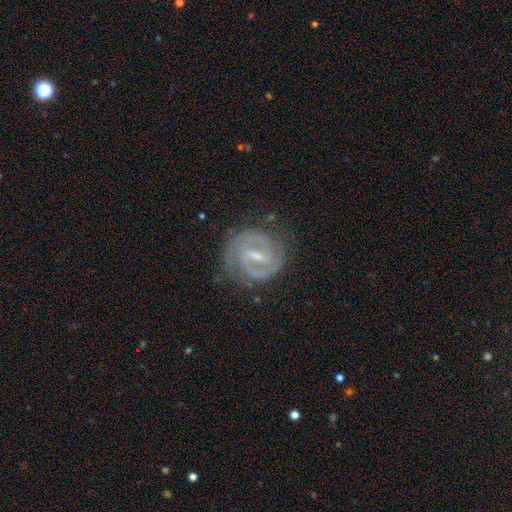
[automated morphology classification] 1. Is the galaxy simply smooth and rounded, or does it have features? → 87% featured or disk, 7% smooth, 6% star or artifact.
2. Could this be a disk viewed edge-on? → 97% no, 3% yes.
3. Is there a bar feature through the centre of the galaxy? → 46% strong, 45% weak, 9% no.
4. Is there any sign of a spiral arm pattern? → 96% yes, 4% no.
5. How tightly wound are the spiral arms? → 58% tight, 36% medium, 6% loose.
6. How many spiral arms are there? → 80% 2, 9% can't tell, 5% 3, 2% 1, 2% 4, 2% more than 4.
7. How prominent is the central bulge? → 55% small, 33% moderate, 9% none, 2% large, 1% dominant.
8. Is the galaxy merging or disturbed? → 76% none, 16% minor disturbance, 6% major disturbance, 2% merger.